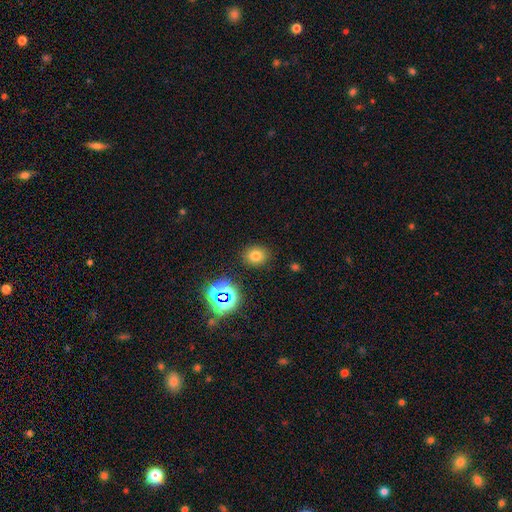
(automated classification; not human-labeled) This is likely a smooth galaxy (72%). How rounded: likely round (62%). Merging: clearly none (86%).